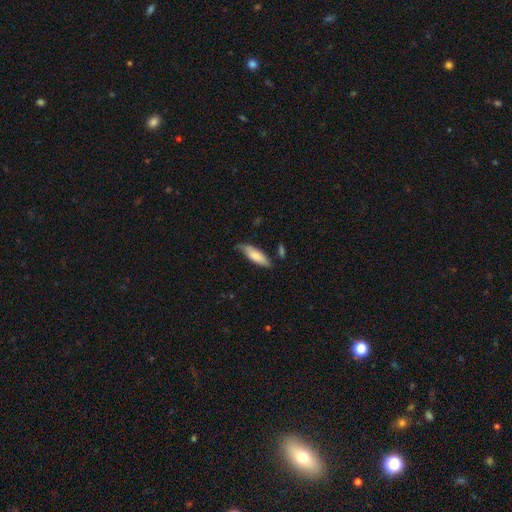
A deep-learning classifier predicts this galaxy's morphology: The model was most divided on "how rounded": in between: 56%, cigar-shaped: 42%, round: 2%. More confident: smooth or featured — smooth (76%); merging — none (58%).